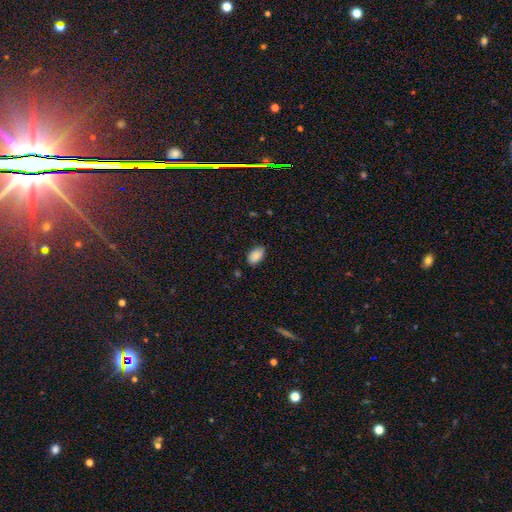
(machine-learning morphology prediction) Smooth or featured? Predicted: smooth (p=0.86). How rounded? Predicted: in between (p=0.93). Merging? Predicted: none (p=0.83).